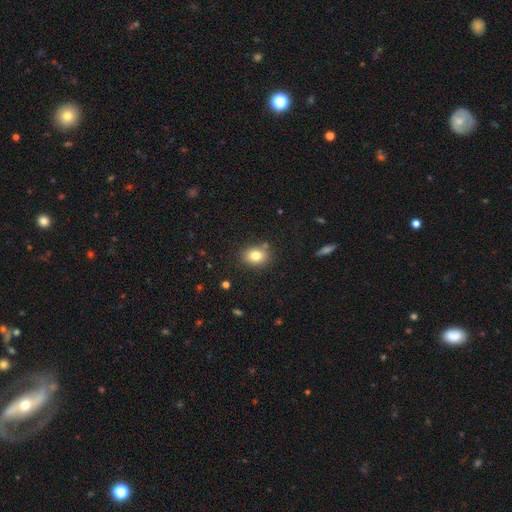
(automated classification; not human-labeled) Morphology: type=smooth (79%); roundness=in between (52%); merging=none (82%).